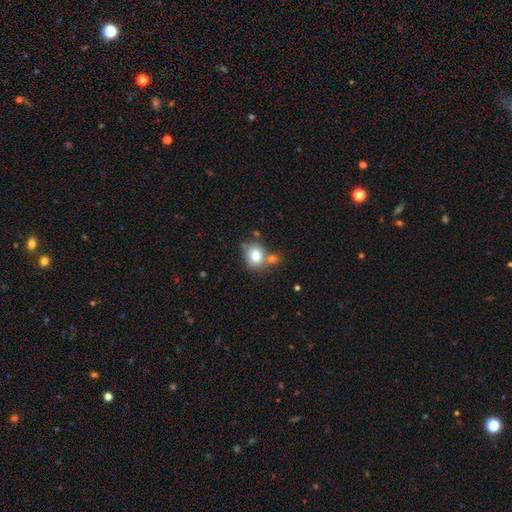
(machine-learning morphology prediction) smooth-or-featured: smooth: 79% | featured or disk: 11% | star or artifact: 9%
  how-rounded: round: 61% | in between: 38% | cigar-shaped: 1%
  merging: none: 52% | merger: 28% | minor disturbance: 15% | major disturbance: 5%